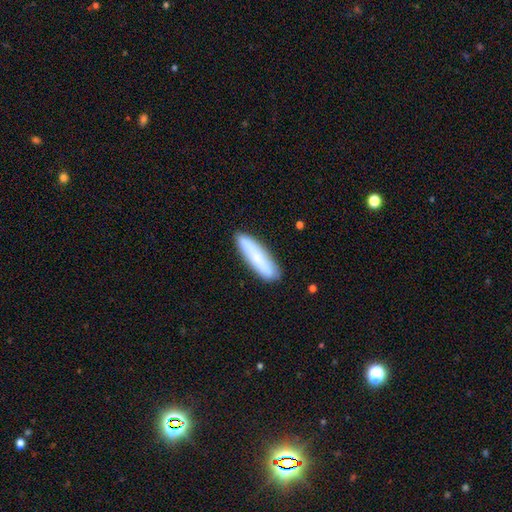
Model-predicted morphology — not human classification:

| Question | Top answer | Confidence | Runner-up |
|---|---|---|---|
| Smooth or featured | smooth | 75% | featured or disk (18%) |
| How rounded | cigar-shaped | 82% | in between (17%) |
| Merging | none | 86% | minor disturbance (11%) |